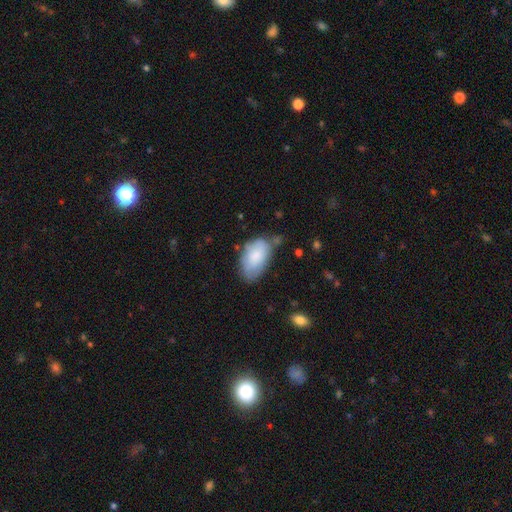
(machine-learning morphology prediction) Smooth or featured: smooth — 78% (featured or disk — 16%)
How rounded: in between — 94% (round — 4%)
Merging: none — 56% (minor disturbance — 31%)